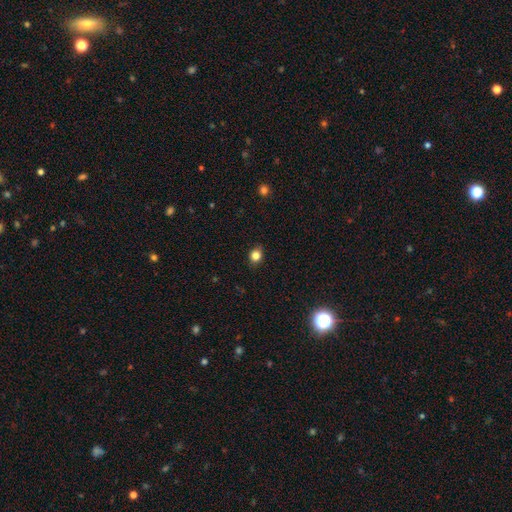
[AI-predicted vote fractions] This appears to be a smooth galaxy with no disk features (83%) that is round (68%). Merging: none (86%).